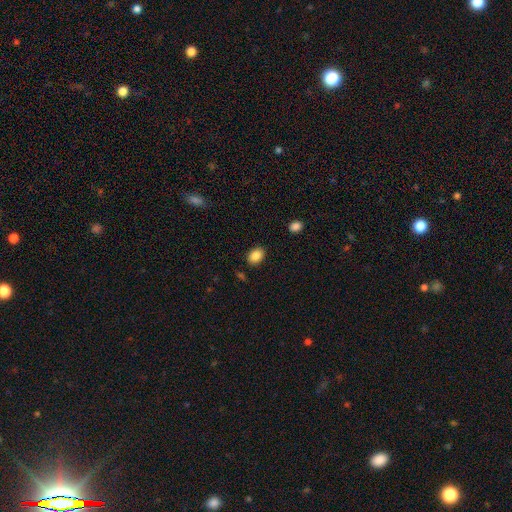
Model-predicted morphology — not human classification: Smooth or featured: smooth — 87% (star or artifact — 9%)
How rounded: in between — 69% (round — 30%)
Merging: none — 86% (minor disturbance — 9%)